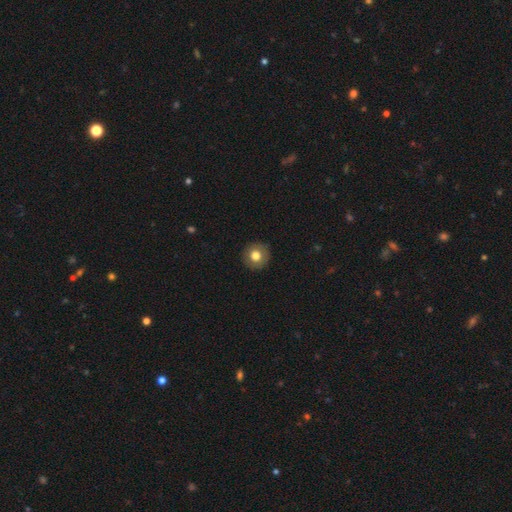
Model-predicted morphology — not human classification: The model was most divided on "smooth or featured": smooth: 78%, featured or disk: 13%, star or artifact: 9%. More confident: how rounded — round (93%); merging — none (91%).